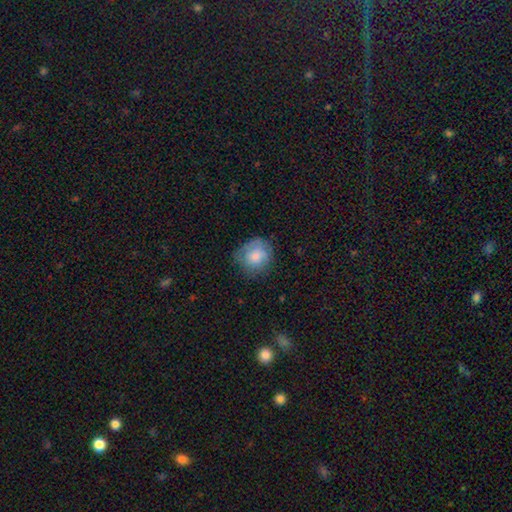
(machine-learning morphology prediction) Smooth or featured? Predicted: smooth (p=0.75). How rounded? Predicted: round (p=0.82). Merging? Predicted: none (p=0.68).